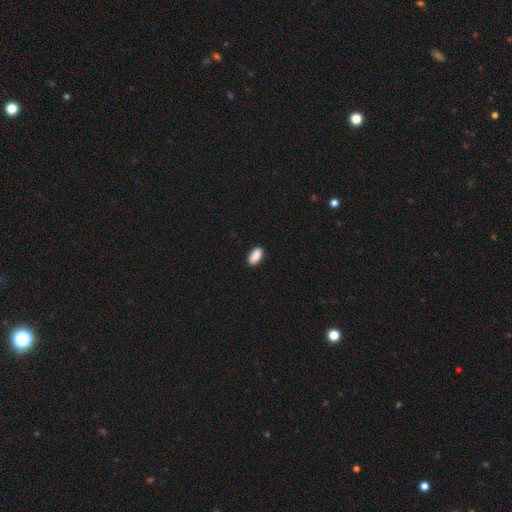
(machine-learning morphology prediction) A smooth galaxy with no disk features (90%) that is in between round and cigar-shaped (93%).

Vote fractions:
- Smooth or featured? smooth: 90% / star or artifact: 7% / featured or disk: 3%
- How rounded? in between: 93% / cigar-shaped: 5% / round: 3%
- Merging? none: 89% / minor disturbance: 8% / major disturbance: 2% / merger: 1%